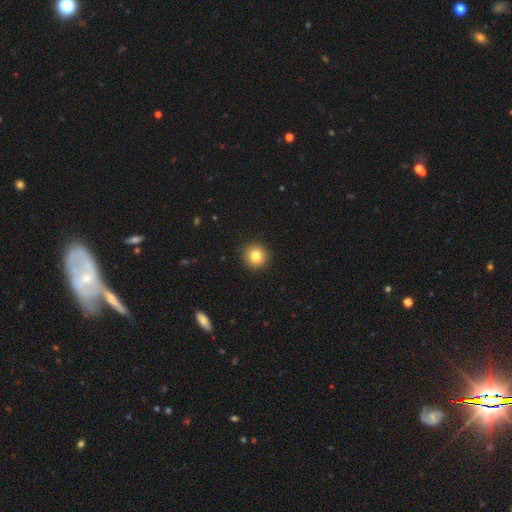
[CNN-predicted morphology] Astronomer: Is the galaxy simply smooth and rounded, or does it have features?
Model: smooth — 82%.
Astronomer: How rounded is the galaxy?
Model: round — 92%.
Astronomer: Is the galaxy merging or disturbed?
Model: none — 92%.